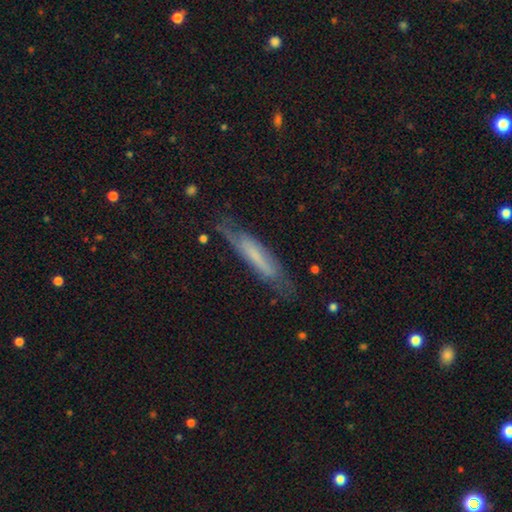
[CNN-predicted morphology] This appears to be a featured or disk galaxy (49%). Merging: none (66%).